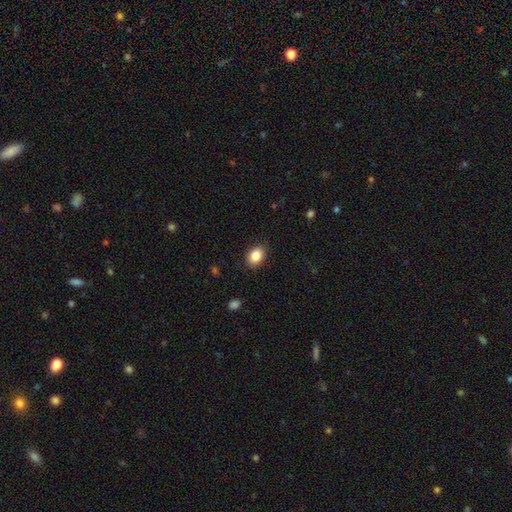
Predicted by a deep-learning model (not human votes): The model was most divided on "how rounded": in between: 70%, round: 29%, cigar-shaped: 1%. More confident: merging — none (87%); smooth or featured — smooth (86%).